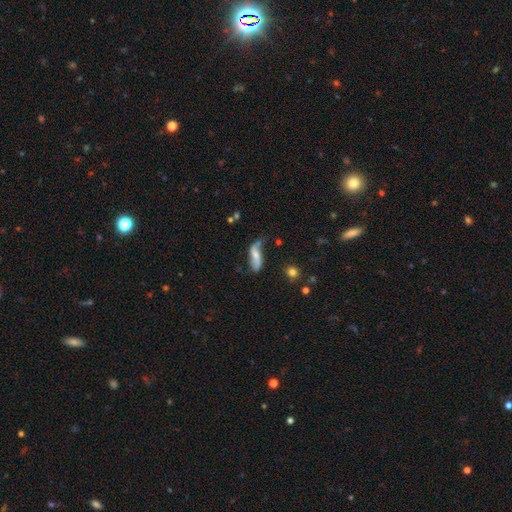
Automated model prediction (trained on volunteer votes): featured or disk 57%, smooth 35%, star or artifact 8%. Down the decision tree: edge-on disk — no (86%); merging — none (45%).